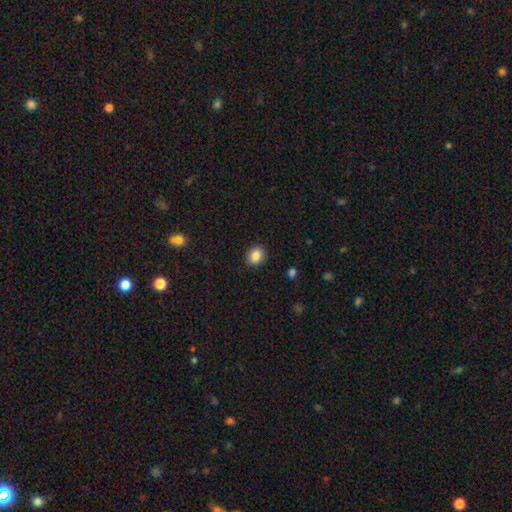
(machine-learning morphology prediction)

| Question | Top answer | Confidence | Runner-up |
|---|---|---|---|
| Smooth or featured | smooth | 86% | star or artifact (9%) |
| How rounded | round | 64% | in between (35%) |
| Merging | none | 90% | minor disturbance (7%) |